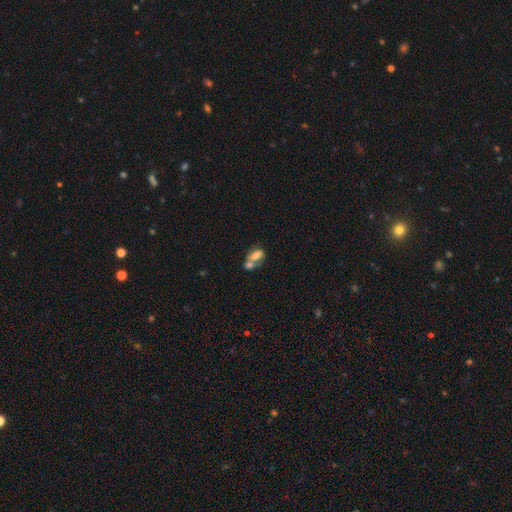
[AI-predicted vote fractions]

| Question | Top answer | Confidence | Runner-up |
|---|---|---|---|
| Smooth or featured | smooth | 66% | featured or disk (23%) |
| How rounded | in between | 85% | round (10%) |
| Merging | merger | 59% | none (24%) |